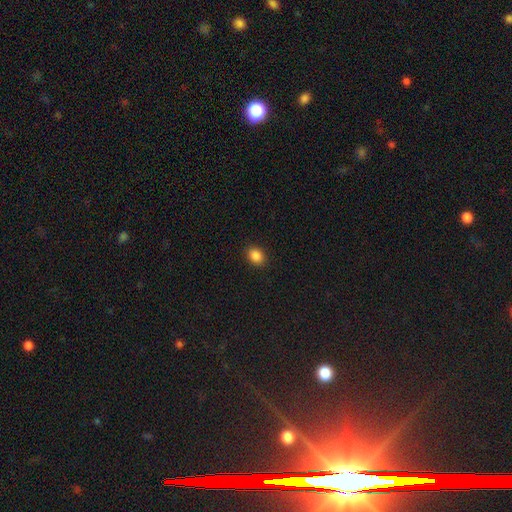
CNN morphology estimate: The model was most divided on "how rounded": in between: 61%, round: 38%, cigar-shaped: 1%. More confident: merging — none (91%); smooth or featured — smooth (87%).